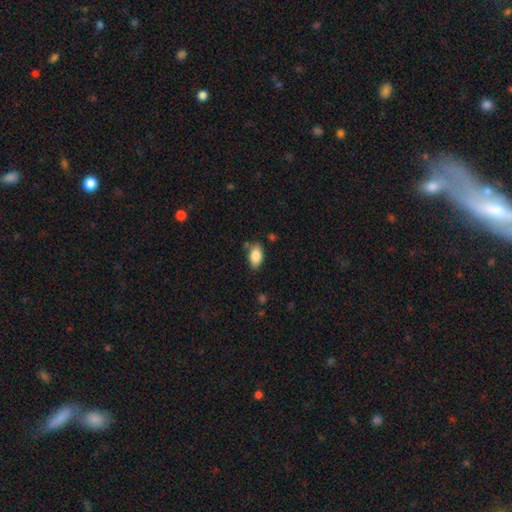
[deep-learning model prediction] Smooth or featured? Predicted: smooth (p=0.85). How rounded? Predicted: in between (p=0.92). Merging? Predicted: none (p=0.77).